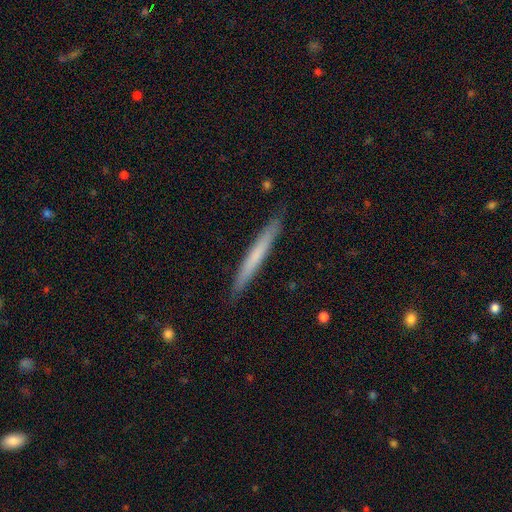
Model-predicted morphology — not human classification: Smooth or featured? smooth (59%)
How rounded? cigar-shaped (97%)
Merging? none (89%)